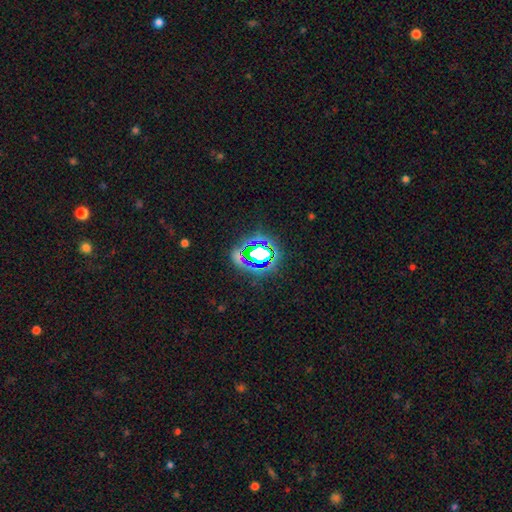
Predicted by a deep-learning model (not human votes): Smooth or featured? star or artifact (61%)